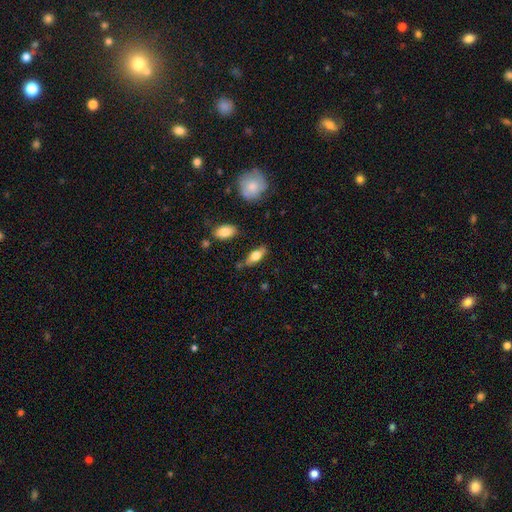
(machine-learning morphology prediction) Smooth or featured? Predicted: smooth (p=0.61). How rounded? Predicted: in between (p=0.71). Merging? Predicted: none (p=0.74).